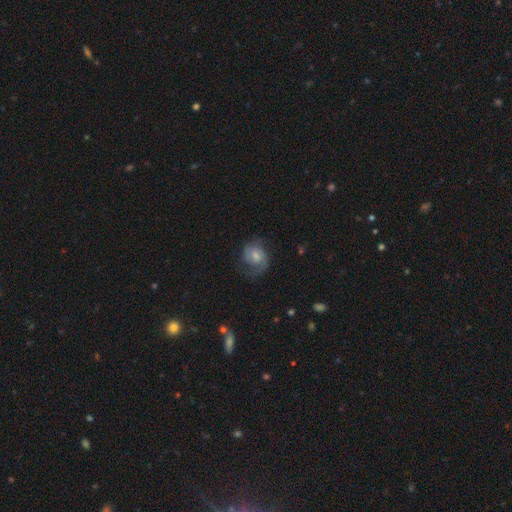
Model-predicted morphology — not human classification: smooth_or_featured: featured or disk (p=0.59) [alt: smooth p=0.33]
disk_edge_on: no (p=0.98) [alt: yes p=0.02]
bar: no (p=0.55) [alt: weak p=0.39]
has_spiral_arms: yes (p=0.89) [alt: no p=0.11]
spiral_winding: medium (p=0.46) [alt: loose p=0.27]
spiral_arm_count: 2 (p=0.65) [alt: 1 p=0.19]
bulge_size: moderate (p=0.44) [alt: small p=0.34]
merging: none (p=0.56) [alt: minor disturbance p=0.23]